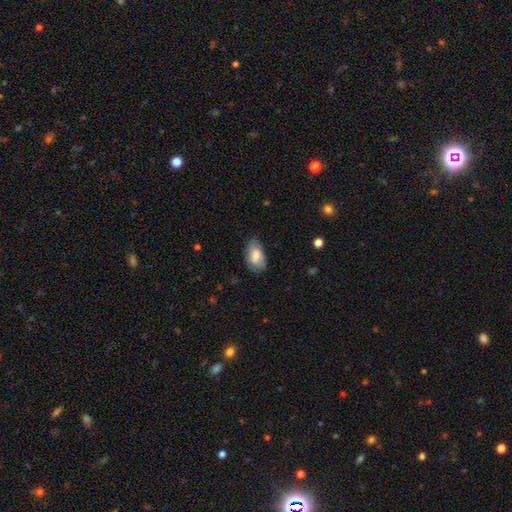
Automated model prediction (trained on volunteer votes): This appears to be a smooth galaxy with no disk features (73%) that is in between round and cigar-shaped (93%). Merging: none (66%).